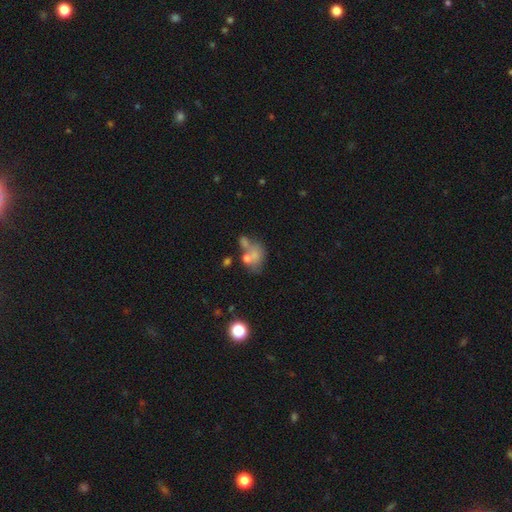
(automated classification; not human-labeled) Q: Smooth or featured?
A: smooth (47%); runner-up: featured or disk (29%)
Q: Merging?
A: none (38%); runner-up: merger (35%)